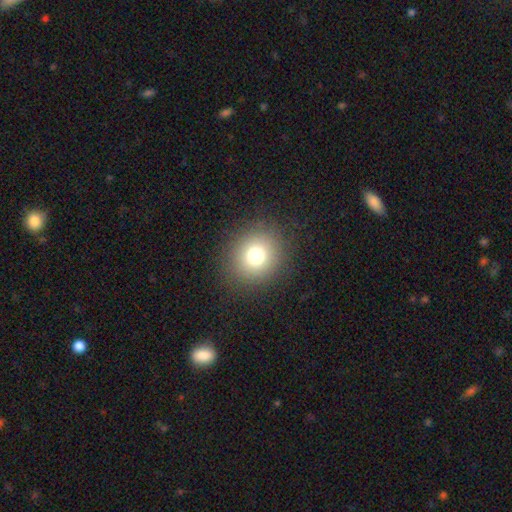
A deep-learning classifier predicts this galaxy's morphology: type=smooth (74%); roundness=round (82%); merging=none (88%).